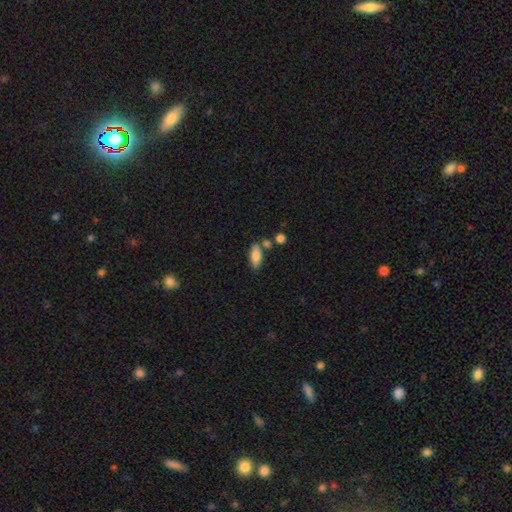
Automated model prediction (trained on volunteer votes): Smooth or featured?
  - smooth: 79% *
  - featured or disk: 14%
  - star or artifact: 7%
How rounded?
  - in between: 74% *
  - cigar-shaped: 23%
  - round: 3%
Merging?
  - none: 70% *
  - minor disturbance: 14%
  - merger: 13%
  - major disturbance: 4%